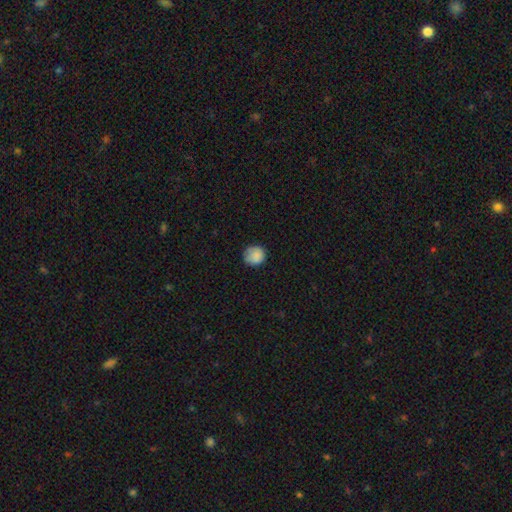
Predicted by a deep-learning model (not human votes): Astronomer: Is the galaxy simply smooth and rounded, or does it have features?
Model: smooth — 86%.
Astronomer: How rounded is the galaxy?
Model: round — 87%.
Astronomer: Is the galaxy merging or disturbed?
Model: none — 78%.